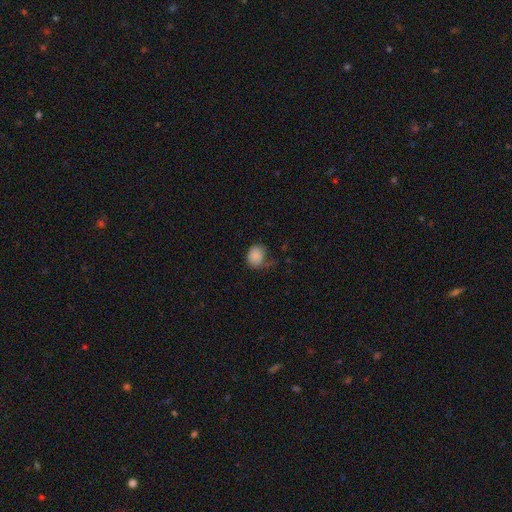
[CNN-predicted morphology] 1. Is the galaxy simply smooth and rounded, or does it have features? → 84% smooth, 9% star or artifact, 7% featured or disk.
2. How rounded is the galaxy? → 61% round, 38% in between, 1% cigar-shaped.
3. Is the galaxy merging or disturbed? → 46% none, 33% minor disturbance, 18% major disturbance, 3% merger.